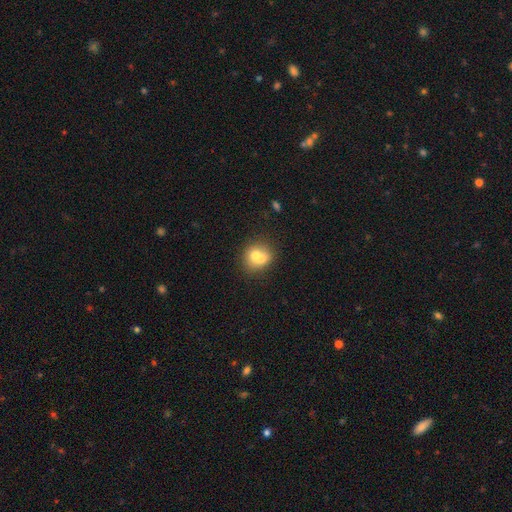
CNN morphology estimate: Smooth or featured? smooth (69%)
How rounded? round (74%)
Merging? merger (45%)